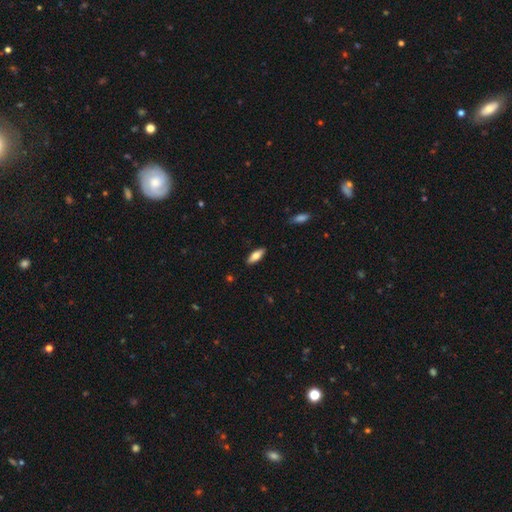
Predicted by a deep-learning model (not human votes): Q: Smooth or featured?
A: smooth (70%); runner-up: featured or disk (24%)
Q: How rounded?
A: in between (68%); runner-up: cigar-shaped (30%)
Q: Merging?
A: none (88%); runner-up: minor disturbance (9%)